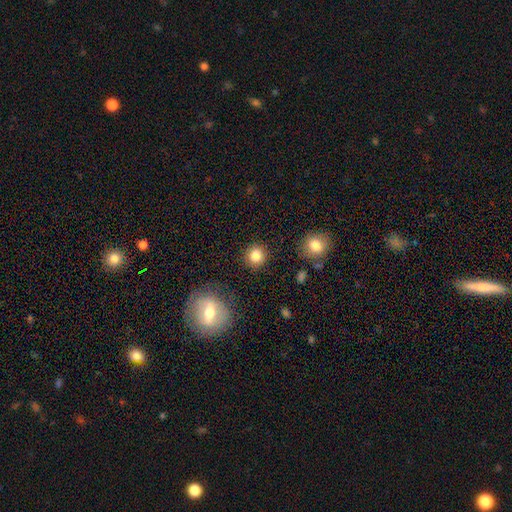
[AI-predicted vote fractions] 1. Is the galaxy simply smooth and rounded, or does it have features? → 84% smooth, 11% star or artifact, 6% featured or disk.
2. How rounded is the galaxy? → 91% round, 8% in between, 1% cigar-shaped.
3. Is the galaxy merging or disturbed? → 90% none, 6% minor disturbance, 2% major disturbance, 2% merger.